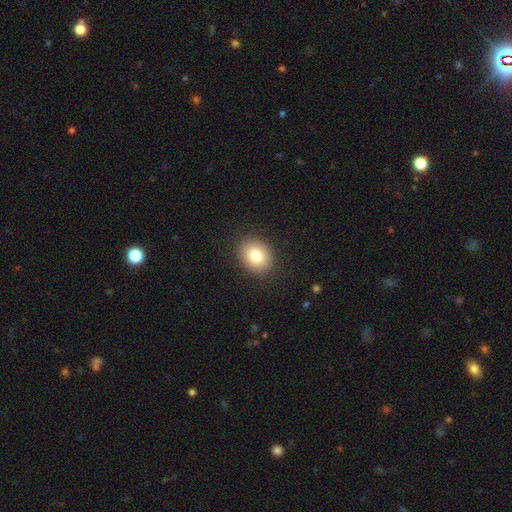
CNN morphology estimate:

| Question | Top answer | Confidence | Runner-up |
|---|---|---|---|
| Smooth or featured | smooth | 83% | featured or disk (9%) |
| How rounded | round | 50% | in between (49%) |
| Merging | none | 87% | minor disturbance (9%) |